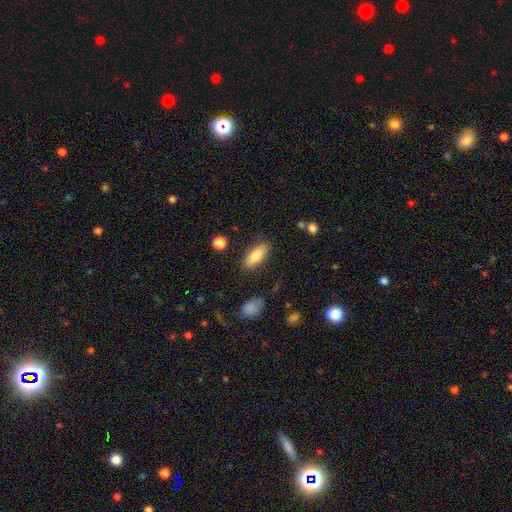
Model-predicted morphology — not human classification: Smooth or featured?
  - smooth: 78% *
  - featured or disk: 16%
  - star or artifact: 7%
How rounded?
  - in between: 72% *
  - cigar-shaped: 25%
  - round: 2%
Merging?
  - none: 84% *
  - minor disturbance: 11%
  - major disturbance: 3%
  - merger: 2%